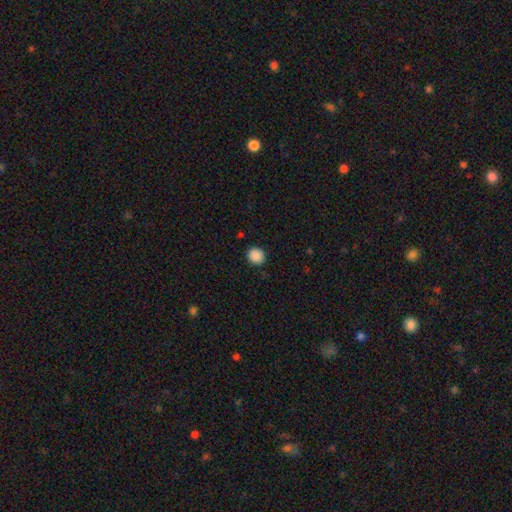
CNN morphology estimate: Q: Smooth or featured?
A: smooth (89%); runner-up: star or artifact (9%)
Q: How rounded?
A: round (86%); runner-up: in between (14%)
Q: Merging?
A: none (90%); runner-up: minor disturbance (7%)